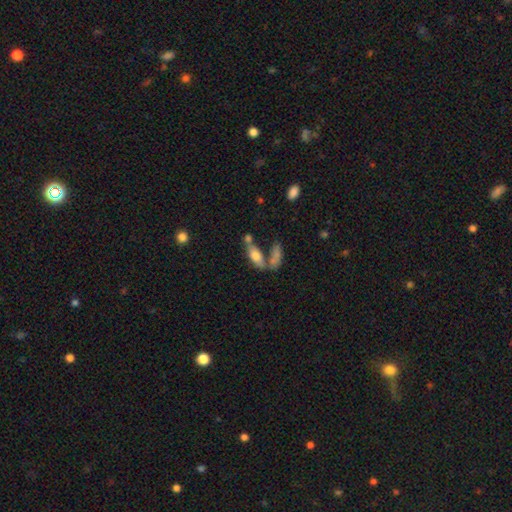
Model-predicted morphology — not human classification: Smooth or featured?
  - smooth: 69% *
  - featured or disk: 22%
  - star or artifact: 9%
How rounded?
  - in between: 73% *
  - cigar-shaped: 23%
  - round: 4%
Merging?
  - merger: 43% *
  - none: 36%
  - minor disturbance: 12%
  - major disturbance: 8%